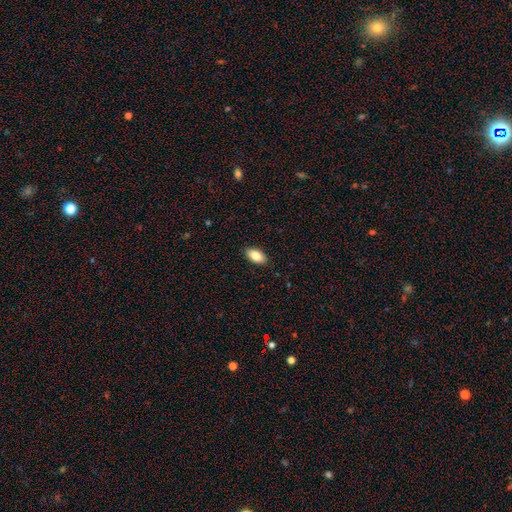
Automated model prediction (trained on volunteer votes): smooth_or_featured: smooth (p=0.85) [alt: featured or disk p=0.08]
how_rounded: in between (p=0.93) [alt: cigar-shaped p=0.04]
merging: none (p=0.89) [alt: minor disturbance p=0.08]